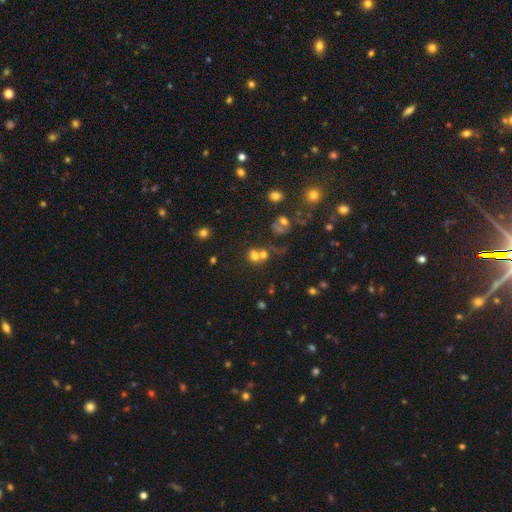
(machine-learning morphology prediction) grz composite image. It shows a smooth galaxy with no disk features (55%) that is round (83%). Merging: none (47%).